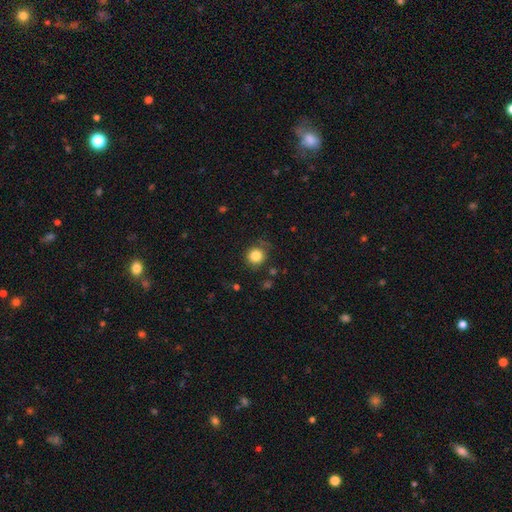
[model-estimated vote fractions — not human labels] Smooth or featured? Predicted: smooth (p=0.84). How rounded? Predicted: round (p=0.92). Merging? Predicted: none (p=0.81).